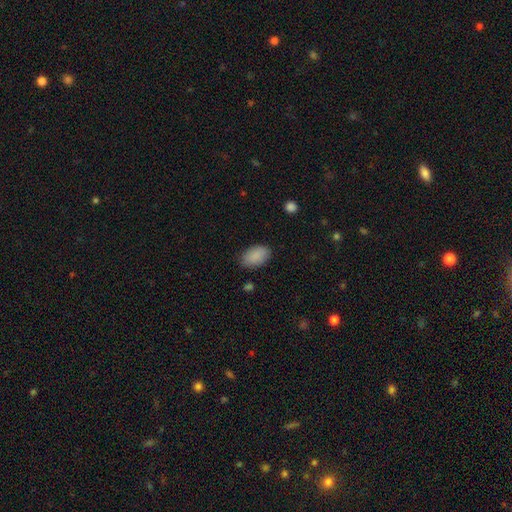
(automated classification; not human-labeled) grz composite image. It shows a smooth galaxy with no disk features (89%) that is in between round and cigar-shaped (93%). Merging: none (83%).